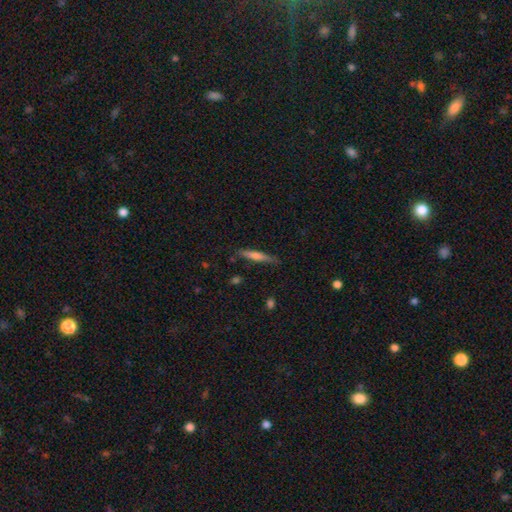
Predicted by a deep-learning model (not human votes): A smooth galaxy with no disk features (58%) that is cigar-shaped (91%). Merging: none (83%).